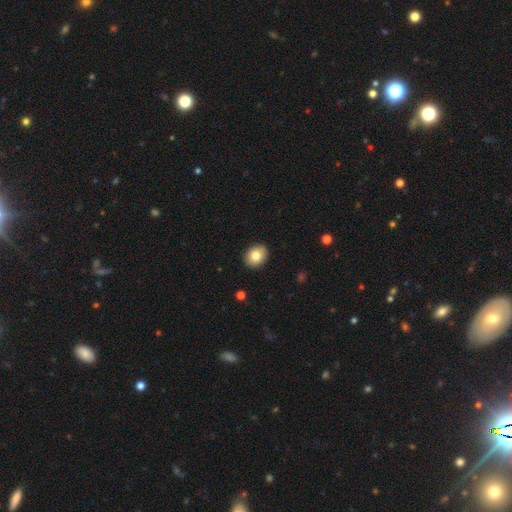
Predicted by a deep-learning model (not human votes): This appears to be a smooth galaxy with no disk features (81%) that is round (50%). Merging: none (90%).